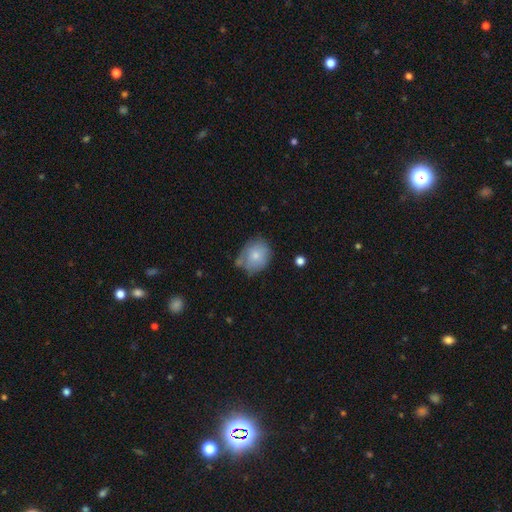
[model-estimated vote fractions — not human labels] This is likely a smooth galaxy (75%). How rounded: likely round (61%). Merging: possibly none (52%).